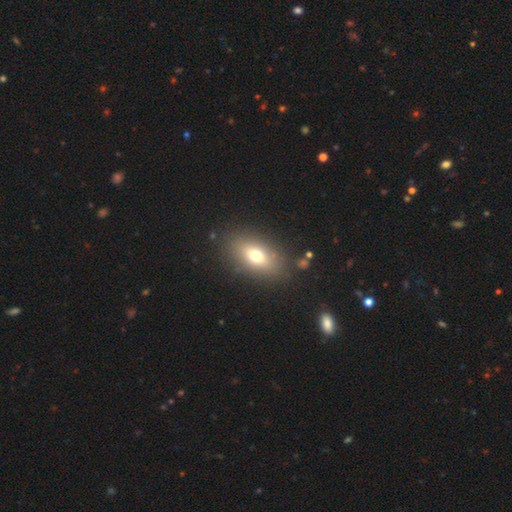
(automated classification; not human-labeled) This appears to be a smooth galaxy with no disk features (72%) that is in between round and cigar-shaped (82%). Merging: none (84%).